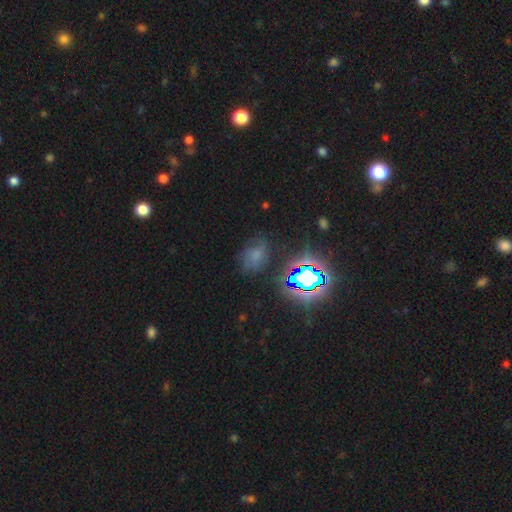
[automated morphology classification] This is marginally a smooth galaxy (42%). Merging: possibly none (59%).